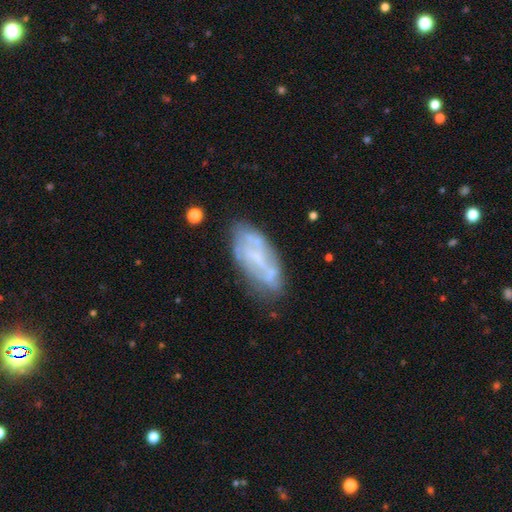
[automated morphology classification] A featured or disk galaxy (63%) with no bar (54%), no spiral arms (57%) and no central bulge (53%).

Vote fractions:
- Smooth or featured? featured or disk: 63% / smooth: 29% / star or artifact: 9%
- Edge-on disk? no: 90% / yes: 10%
- Bar? no: 54% / weak: 30% / strong: 16%
- Spiral arms? no: 57% / yes: 43%
- Bulge size? none: 53% / small: 30% / moderate: 14% / large: 2% / dominant: 1%
- Merging? none: 61% / minor disturbance: 23% / major disturbance: 11% / merger: 5%